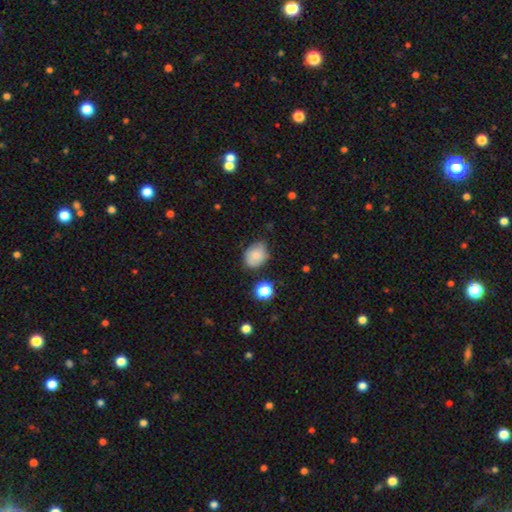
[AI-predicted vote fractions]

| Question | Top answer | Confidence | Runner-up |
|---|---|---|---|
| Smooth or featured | smooth | 79% | featured or disk (11%) |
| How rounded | in between | 64% | round (34%) |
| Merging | none | 65% | minor disturbance (26%) |